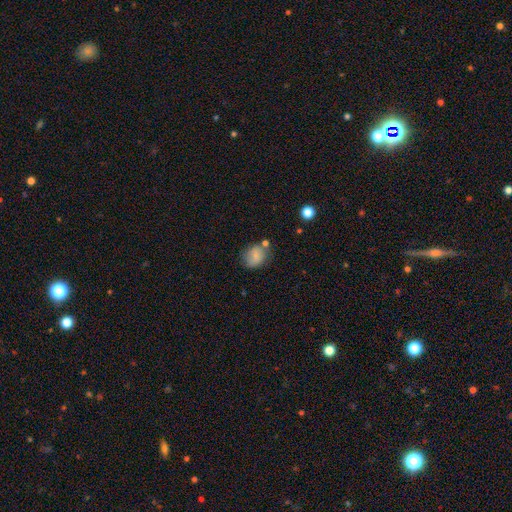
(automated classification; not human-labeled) Smooth or featured: smooth — 73% (featured or disk — 17%)
How rounded: in between — 55% (round — 44%)
Merging: none — 63% (minor disturbance — 20%)